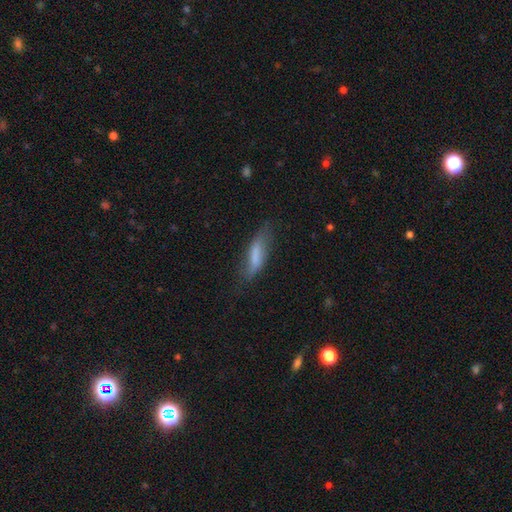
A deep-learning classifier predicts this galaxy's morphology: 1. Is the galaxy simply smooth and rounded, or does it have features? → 65% smooth, 27% featured or disk, 8% star or artifact.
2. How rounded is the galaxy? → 56% cigar-shaped, 41% in between, 2% round.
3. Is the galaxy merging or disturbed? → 56% none, 29% minor disturbance, 12% major disturbance, 2% merger.